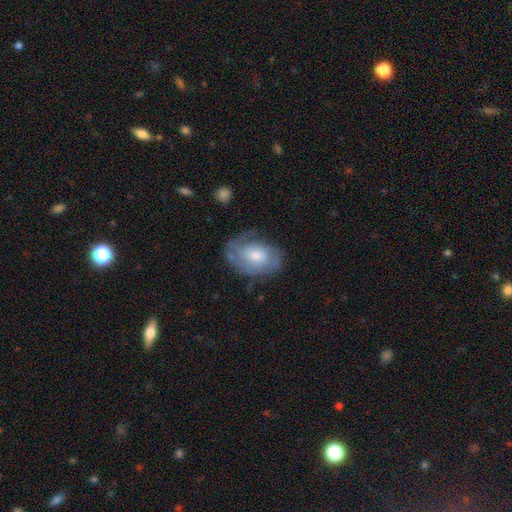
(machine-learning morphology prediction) smooth_or_featured: featured or disk (p=0.64) [alt: smooth p=0.30]
disk_edge_on: no (p=0.96) [alt: yes p=0.04]
bar: no (p=0.70) [alt: weak p=0.26]
has_spiral_arms: yes (p=0.84) [alt: no p=0.16]
spiral_winding: tight (p=0.52) [alt: medium p=0.35]
spiral_arm_count: can't tell (p=0.39) [alt: 2 p=0.32]
bulge_size: moderate (p=0.52) [alt: small p=0.35]
merging: none (p=0.62) [alt: minor disturbance p=0.24]